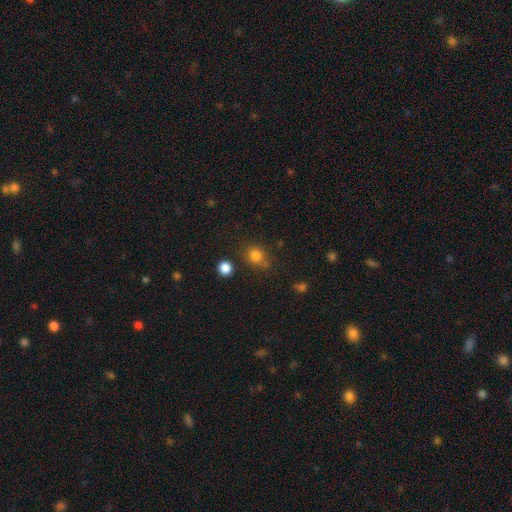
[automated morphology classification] smooth_or_featured: smooth (p=0.81) [alt: star or artifact p=0.13]
how_rounded: round (p=0.76) [alt: in between p=0.23]
merging: none (p=0.69) [alt: minor disturbance p=0.17]